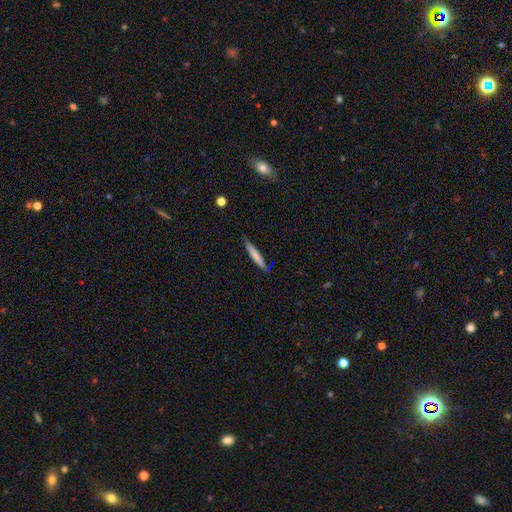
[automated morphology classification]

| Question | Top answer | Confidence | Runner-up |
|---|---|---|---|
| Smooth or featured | smooth | 73% | featured or disk (22%) |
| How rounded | cigar-shaped | 94% | in between (5%) |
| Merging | none | 82% | minor disturbance (14%) |